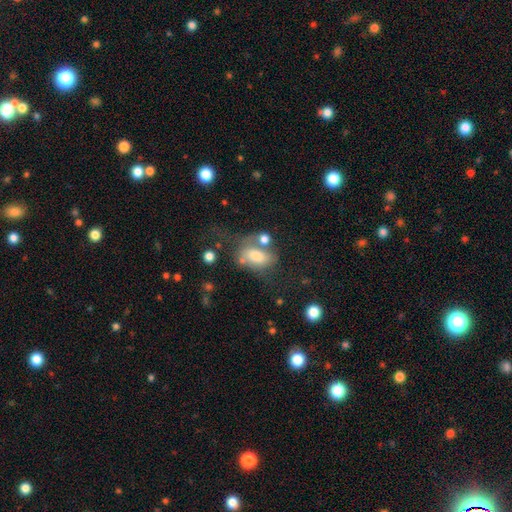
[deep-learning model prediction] Smooth or featured? smooth (64%)
How rounded? in between (86%)
Merging? none (32%)